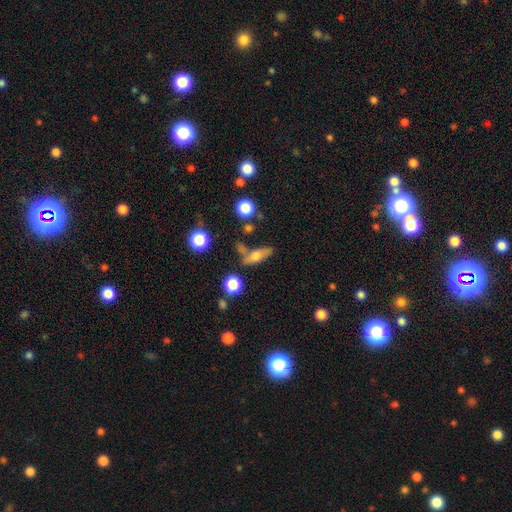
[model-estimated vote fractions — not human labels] smooth 57%, featured or disk 32%, star or artifact 11%. Down the decision tree: how rounded — in between (47%); merging — none (54%).